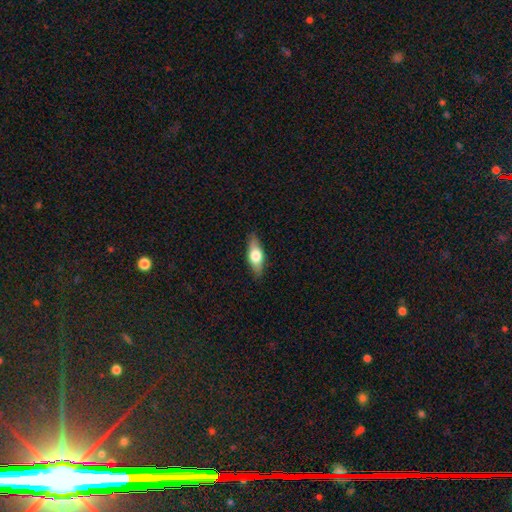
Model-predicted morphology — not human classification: A smooth galaxy with no disk features (58%) that is in between round and cigar-shaped (69%).

Vote fractions:
- Smooth or featured? smooth: 58% / featured or disk: 36% / star or artifact: 6%
- How rounded? in between: 69% / cigar-shaped: 27% / round: 4%
- Merging? none: 86% / minor disturbance: 11% / major disturbance: 2% / merger: 1%